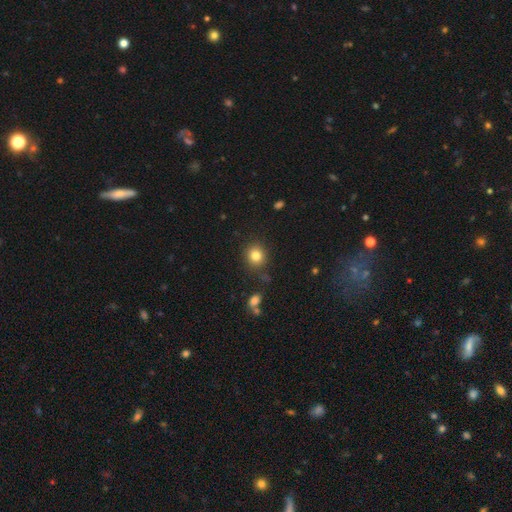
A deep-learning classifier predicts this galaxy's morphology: A smooth galaxy with no disk features (82%) that is round (84%). Merging: none (84%).